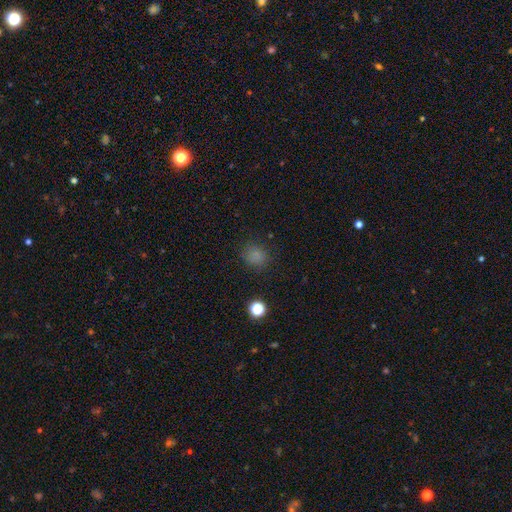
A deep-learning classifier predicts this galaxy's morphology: Q: Smooth or featured?
A: smooth (80%); runner-up: star or artifact (16%)
Q: How rounded?
A: round (76%); runner-up: in between (23%)
Q: Merging?
A: none (84%); runner-up: minor disturbance (11%)